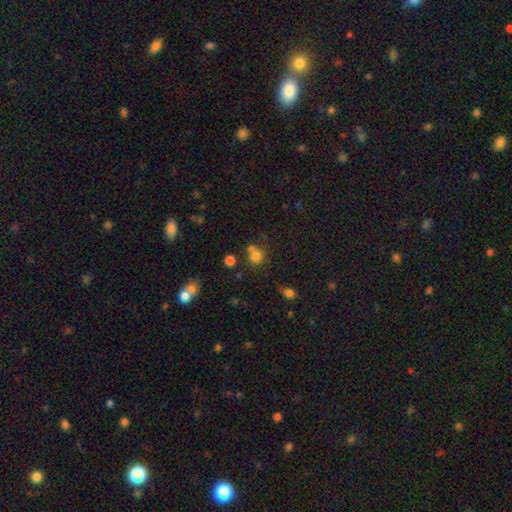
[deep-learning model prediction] A smooth galaxy with no disk features (75%) that is round (85%).

Vote fractions:
- Smooth or featured? smooth: 75% / star or artifact: 16% / featured or disk: 9%
- How rounded? round: 85% / in between: 14% / cigar-shaped: 1%
- Merging? none: 57% / merger: 29% / minor disturbance: 10% / major disturbance: 4%